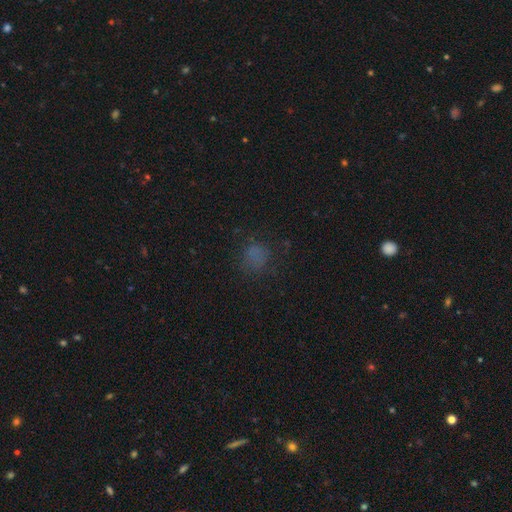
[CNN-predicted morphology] Smooth or featured?
  - smooth: 64% *
  - star or artifact: 24%
  - featured or disk: 11%
How rounded?
  - round: 71% *
  - in between: 28%
  - cigar-shaped: 1%
Merging?
  - none: 67% *
  - minor disturbance: 19%
  - major disturbance: 13%
  - merger: 2%